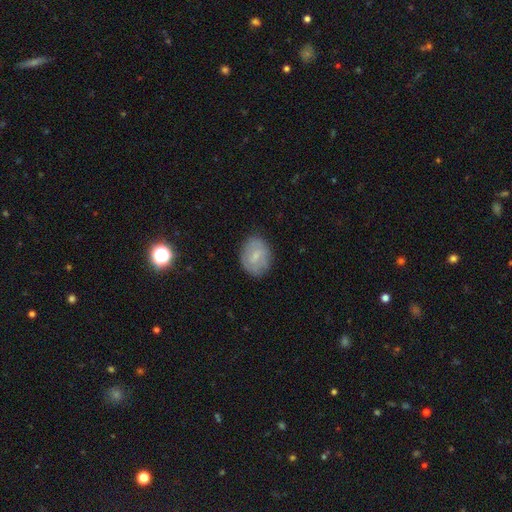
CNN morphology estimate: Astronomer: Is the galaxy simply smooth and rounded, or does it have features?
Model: smooth — 56% (runner-up: featured or disk, 36%).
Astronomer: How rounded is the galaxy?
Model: in between — 57% (runner-up: round, 42%).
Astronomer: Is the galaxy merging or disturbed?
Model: none — 79%.